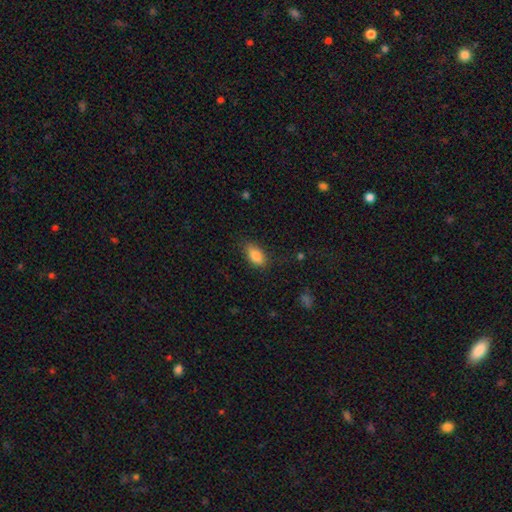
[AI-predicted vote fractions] This is clearly a smooth galaxy (83%). How rounded: clearly in between (88%). Merging: likely none (79%).